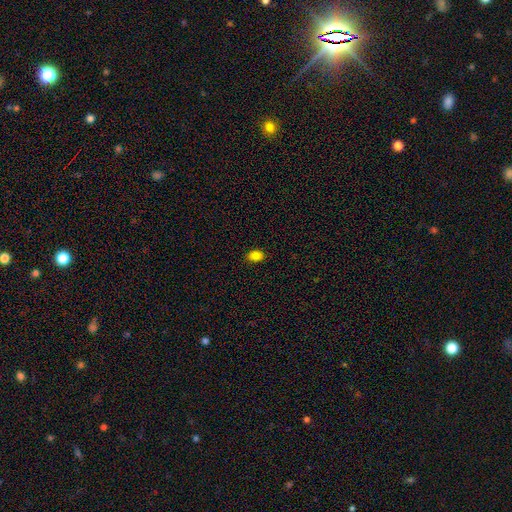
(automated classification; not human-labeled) This appears to be a smooth galaxy with no disk features (84%) that is in between round and cigar-shaped (77%). Merging: none (87%).